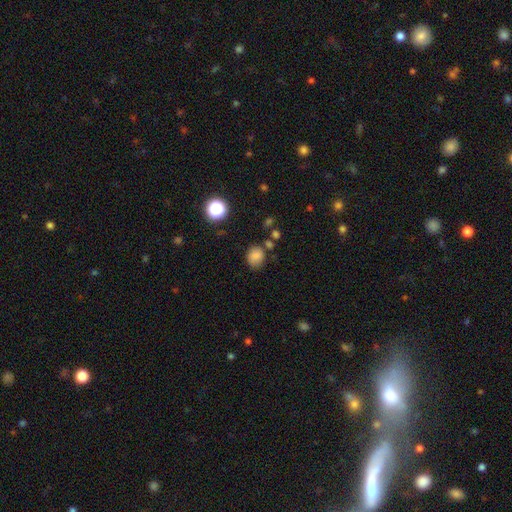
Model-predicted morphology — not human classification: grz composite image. It shows a smooth galaxy with no disk features (81%) that is round (64%). Merging: none (68%).